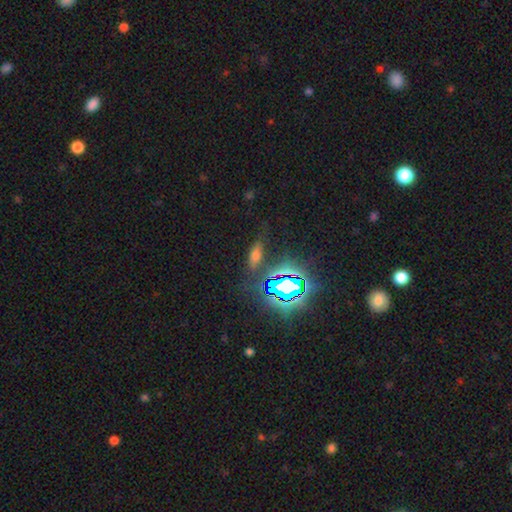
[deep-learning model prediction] Smooth or featured? Predicted: smooth (p=0.47). Merging? Predicted: none (p=0.74).